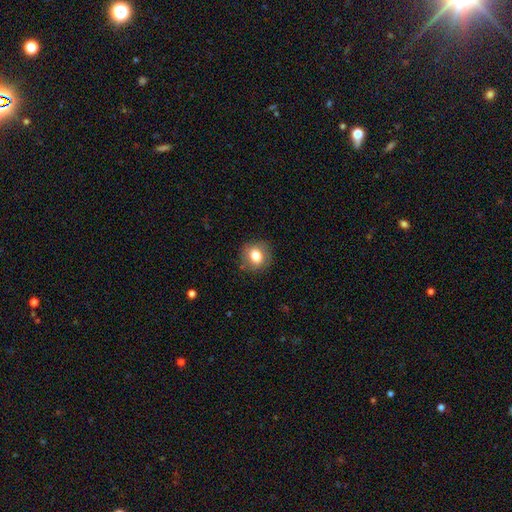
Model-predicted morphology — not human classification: Smooth or featured? Predicted: smooth (p=0.78). How rounded? Predicted: round (p=0.75). Merging? Predicted: none (p=0.83).